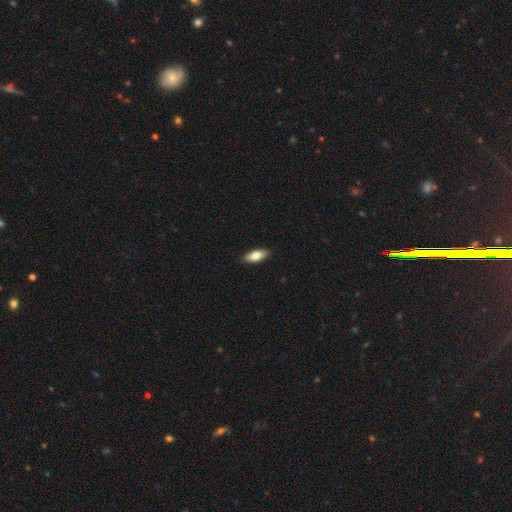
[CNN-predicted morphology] type=smooth (80%); roundness=in between (83%); merging=none (89%).